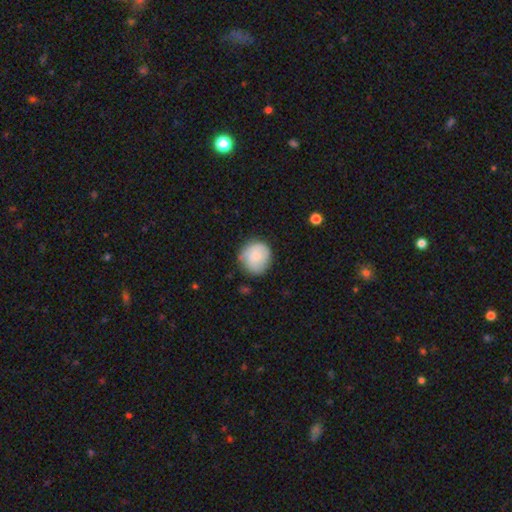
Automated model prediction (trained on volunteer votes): Smooth or featured? Predicted: smooth (p=0.75). How rounded? Predicted: round (p=0.87). Merging? Predicted: none (p=0.72).